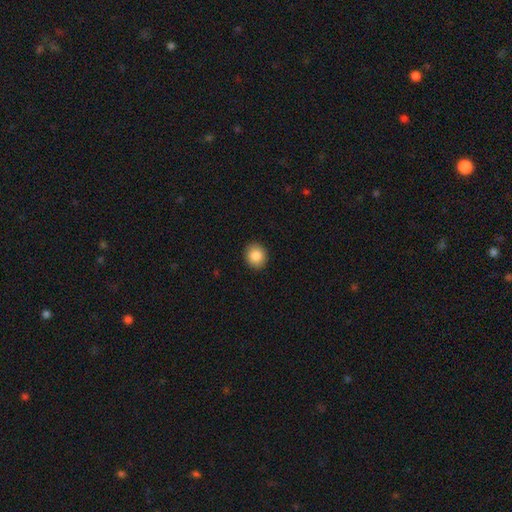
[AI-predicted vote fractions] Morphology: type=smooth (86%); roundness=round (76%); merging=none (91%).